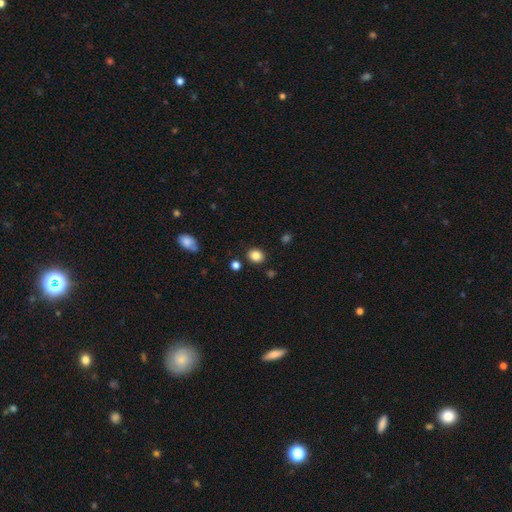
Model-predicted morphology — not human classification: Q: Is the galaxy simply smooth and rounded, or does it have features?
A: smooth — 84%.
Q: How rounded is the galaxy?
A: round — 64%.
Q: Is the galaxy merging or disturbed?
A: none — 86%.